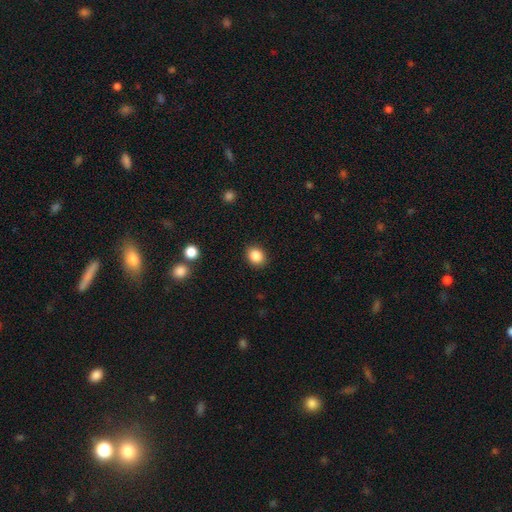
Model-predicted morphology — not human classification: This is clearly a smooth galaxy (86%). How rounded: possibly round (58%). Merging: clearly none (89%).